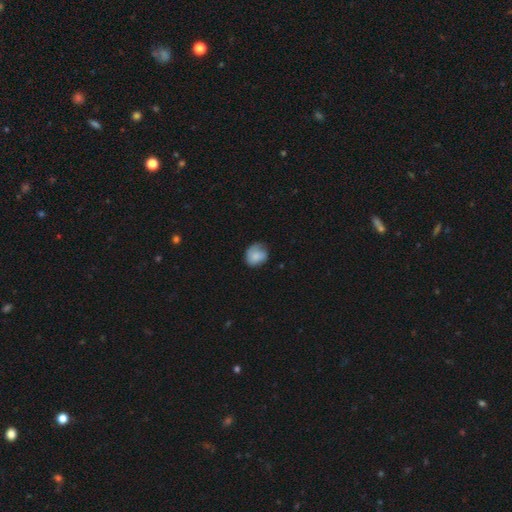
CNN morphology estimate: Overall: smooth (78%). How rounded: round (63%; in between 36%). Merging: none (60%; minor disturbance 30%).